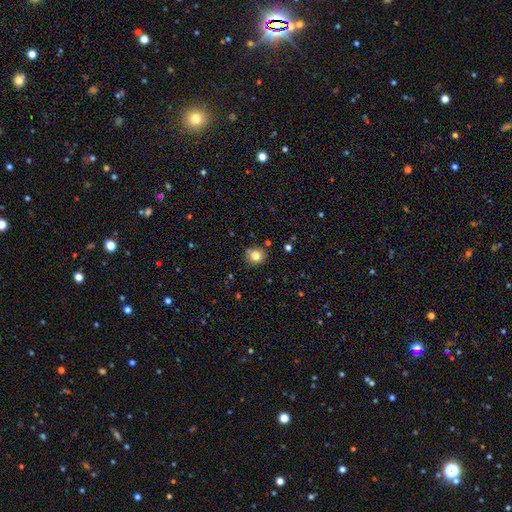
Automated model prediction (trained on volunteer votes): Smooth or featured?
  - smooth: 80% *
  - star or artifact: 12%
  - featured or disk: 8%
How rounded?
  - round: 88% *
  - in between: 11%
  - cigar-shaped: 1%
Merging?
  - none: 84% *
  - minor disturbance: 11%
  - merger: 2%
  - major disturbance: 2%